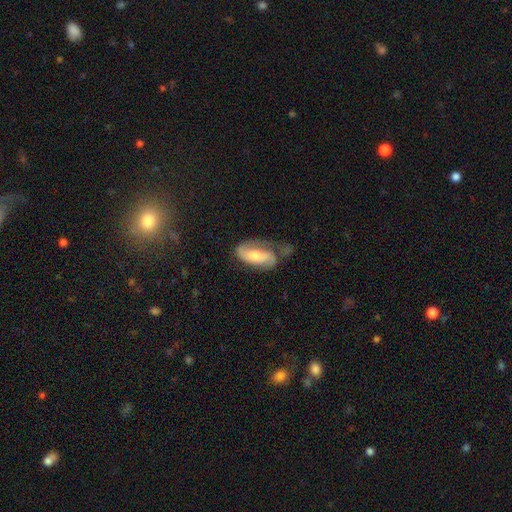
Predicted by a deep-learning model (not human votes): The model was most divided on "bulge size": moderate: 43%, small: 42%, large: 8%, none: 4%, dominant: 2%. Remaining: edge-on disk — no (93%); spiral arms — yes (83%); bar — no (55%); smooth or featured — featured or disk (55%); merging — none (39%).